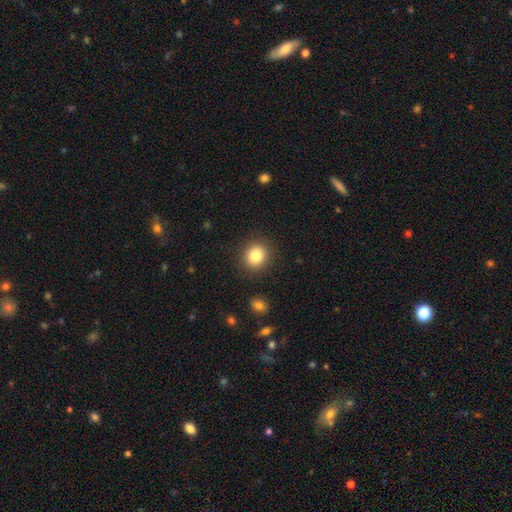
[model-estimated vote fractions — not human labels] The model was most divided on "how rounded": round: 79%, in between: 20%, cigar-shaped: 1%. More confident: merging — none (89%); smooth or featured — smooth (83%).